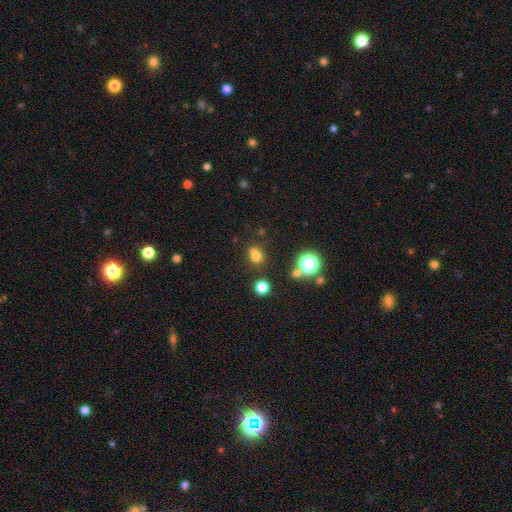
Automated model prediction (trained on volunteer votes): This appears to be a smooth galaxy with no disk features (72%) that is round (56%). Merging: none (62%).